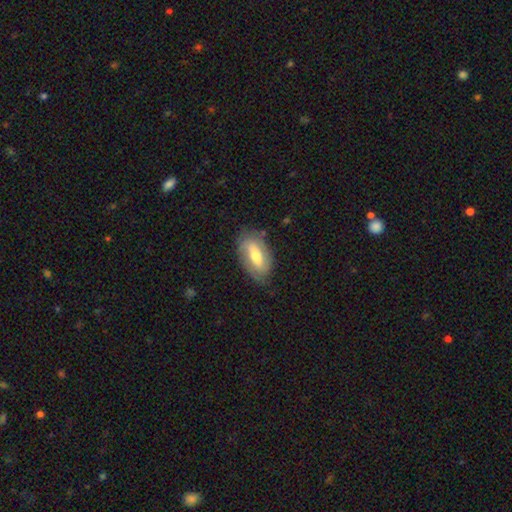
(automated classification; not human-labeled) The model was most divided on "smooth or featured": featured or disk: 48%, smooth: 46%, star or artifact: 6%. More confident: merging — none (74%).